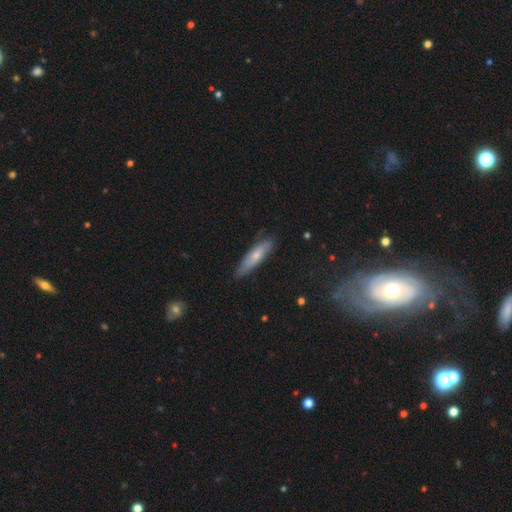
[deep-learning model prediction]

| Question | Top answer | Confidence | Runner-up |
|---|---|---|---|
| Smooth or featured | smooth | 54% | featured or disk (40%) |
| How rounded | cigar-shaped | 75% | in between (24%) |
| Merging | none | 77% | minor disturbance (18%) |